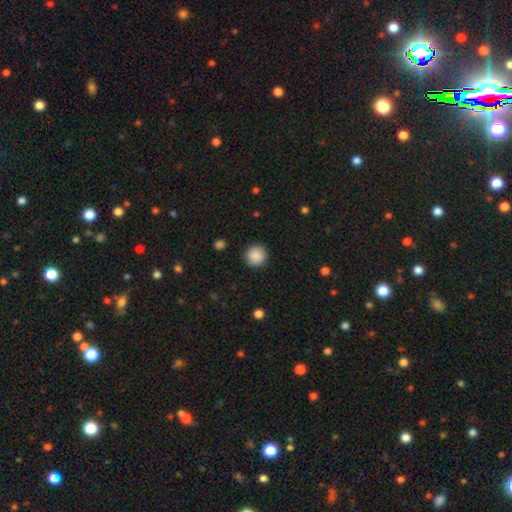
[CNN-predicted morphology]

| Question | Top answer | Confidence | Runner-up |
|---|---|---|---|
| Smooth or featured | smooth | 89% | star or artifact (8%) |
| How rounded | round | 93% | in between (6%) |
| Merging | none | 90% | minor disturbance (6%) |